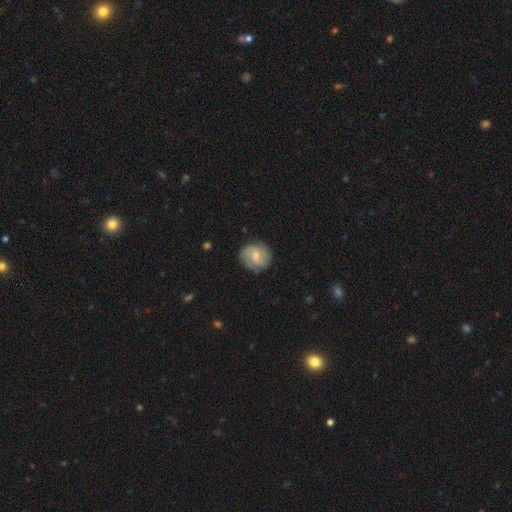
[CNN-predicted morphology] A featured or disk galaxy (52%) with no bar (62%), spiral arms (80%) and a small central bulge (55%).

Vote fractions:
- Smooth or featured? featured or disk: 52% / smooth: 40% / star or artifact: 8%
- Edge-on disk? no: 97% / yes: 3%
- Bar? no: 62% / weak: 32% / strong: 6%
- Spiral arms? yes: 80% / no: 20%
- Bulge size? small: 55% / moderate: 42% / none: 1% / large: 1% / dominant: 1%
- Merging? none: 80% / minor disturbance: 14% / major disturbance: 4% / merger: 1%